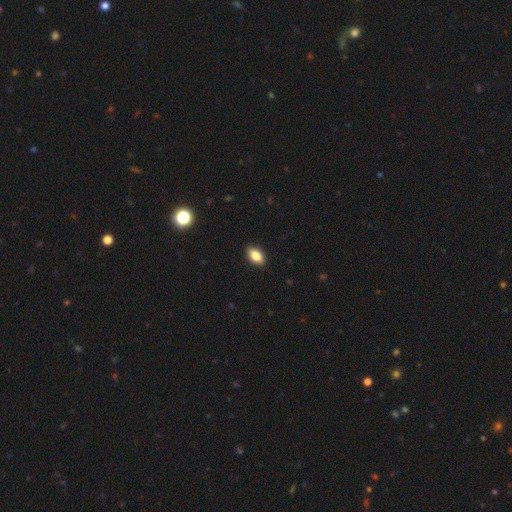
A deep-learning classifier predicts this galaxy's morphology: smooth 86%, star or artifact 8%, featured or disk 6%. Down the decision tree: how rounded — in between (91%); merging — none (90%).